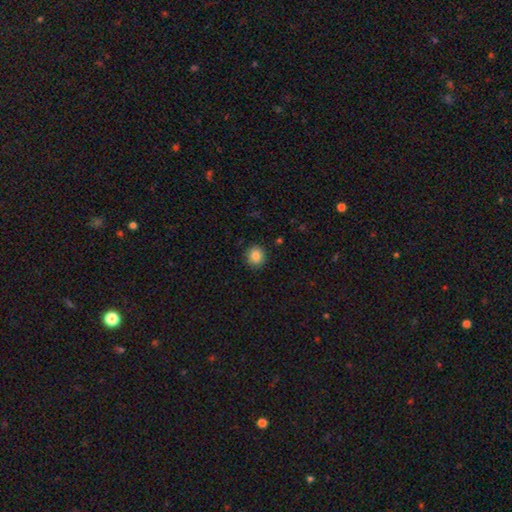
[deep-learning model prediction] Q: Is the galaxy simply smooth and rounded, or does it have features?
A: smooth — 86%.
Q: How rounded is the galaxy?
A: round — 85%.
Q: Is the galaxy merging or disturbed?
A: none — 90%.